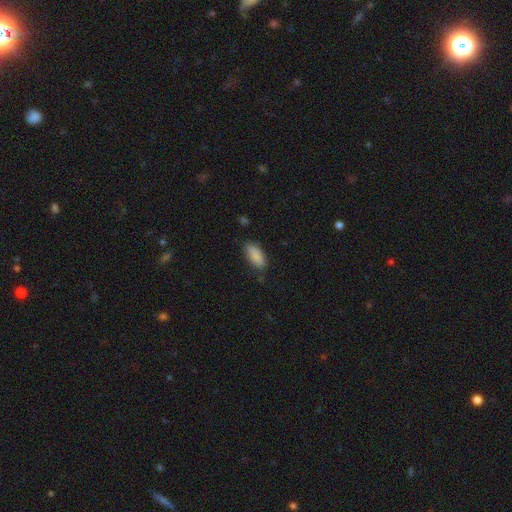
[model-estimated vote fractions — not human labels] This is clearly a smooth galaxy (88%). How rounded: clearly in between (84%). Merging: clearly none (81%).